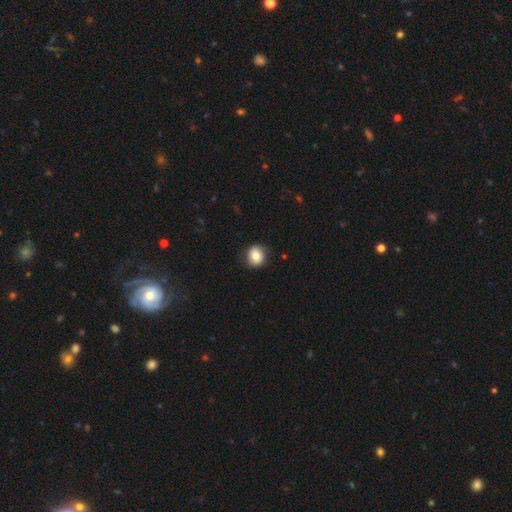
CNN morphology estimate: Overall: smooth (81%). How rounded: round (74%). Merging: none (87%).